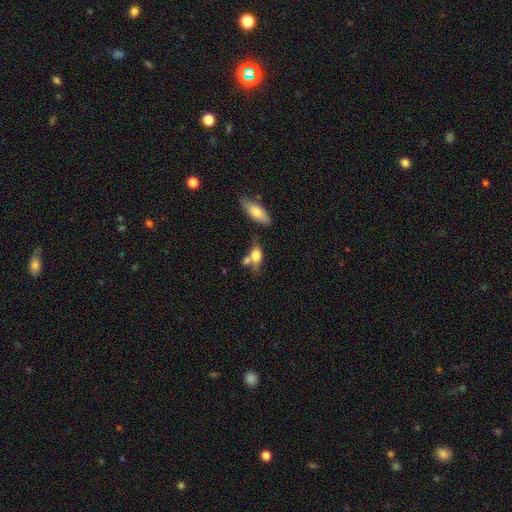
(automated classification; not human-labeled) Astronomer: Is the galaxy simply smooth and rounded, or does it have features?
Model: smooth — 69%.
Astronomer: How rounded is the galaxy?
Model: in between — 73%.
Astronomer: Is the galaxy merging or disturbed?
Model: none — 41% (runner-up: merger, 35%).